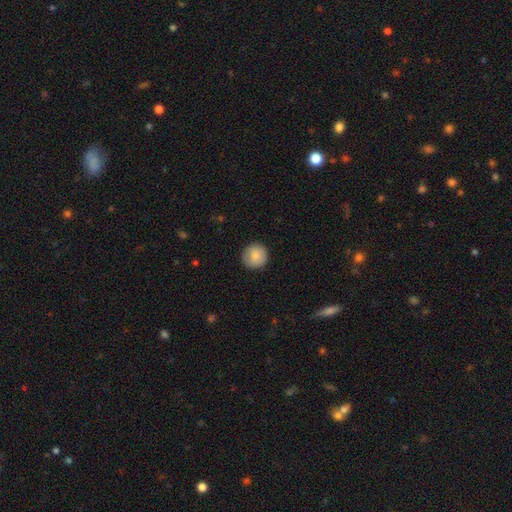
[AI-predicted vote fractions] Q: Smooth or featured?
A: smooth (85%); runner-up: featured or disk (8%)
Q: How rounded?
A: round (95%); runner-up: in between (4%)
Q: Merging?
A: none (89%); runner-up: minor disturbance (8%)